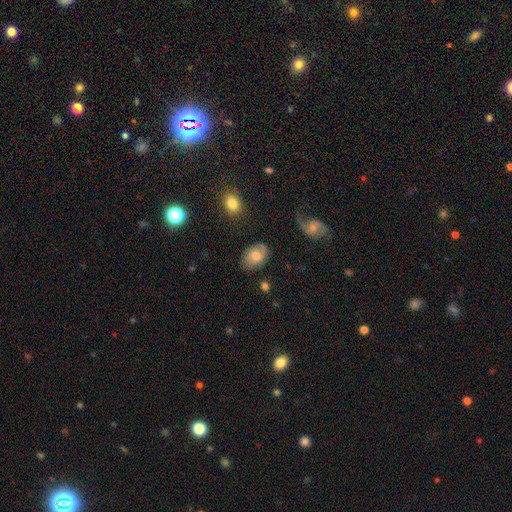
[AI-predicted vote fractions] Smooth or featured: smooth — 46% (tied with featured or disk — 46%)
Merging: none — 74% (minor disturbance — 18%)